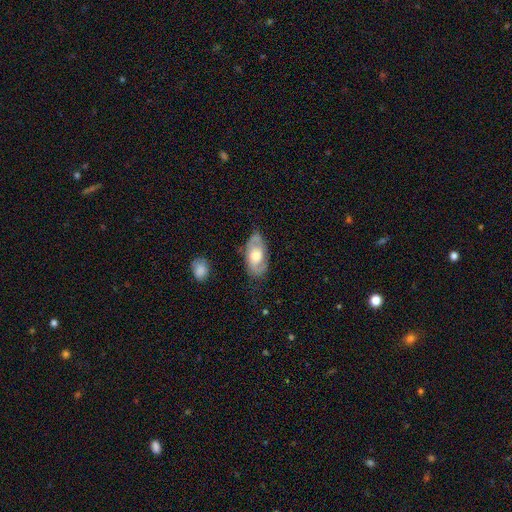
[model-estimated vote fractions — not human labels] Overall: featured or disk (55%; smooth 39%). Edge-on disk: no (90%). Merging: none (73%).